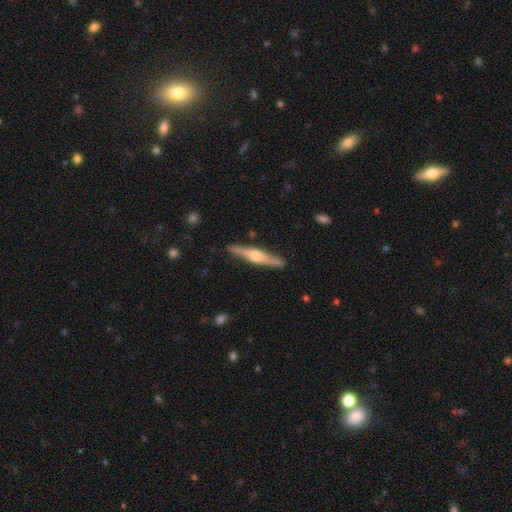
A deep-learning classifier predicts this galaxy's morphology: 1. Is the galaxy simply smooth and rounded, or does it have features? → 73% featured or disk, 22% smooth, 5% star or artifact.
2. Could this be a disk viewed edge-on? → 97% yes, 3% no.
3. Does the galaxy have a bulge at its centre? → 87% rounded, 9% boxy, 4% none.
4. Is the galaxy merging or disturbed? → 90% none, 8% minor disturbance, 1% major disturbance, 1% merger.